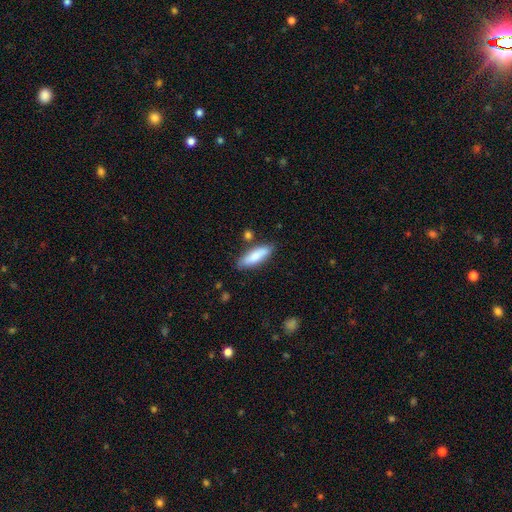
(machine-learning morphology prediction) smooth_or_featured: smooth (p=0.84) [alt: featured or disk p=0.11]
how_rounded: in between (p=0.51) [alt: cigar-shaped p=0.47]
merging: none (p=0.80) [alt: minor disturbance p=0.13]